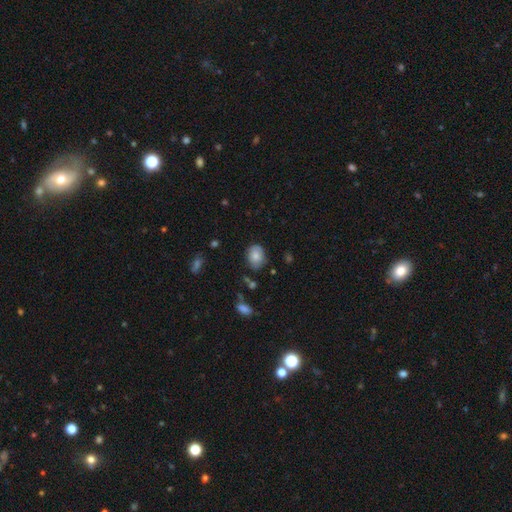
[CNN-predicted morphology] Smooth or featured? Predicted: smooth (p=0.78). How rounded? Predicted: in between (p=0.67). Merging? Predicted: none (p=0.74).